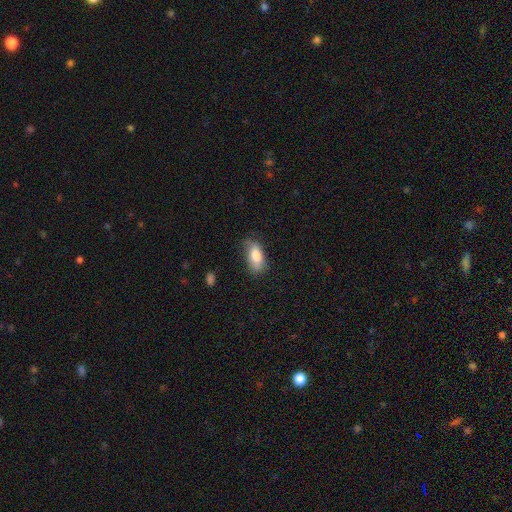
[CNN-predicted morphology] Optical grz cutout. It shows a smooth galaxy with no disk features (81%) that is in between round and cigar-shaped (88%). Merging: none (62%).